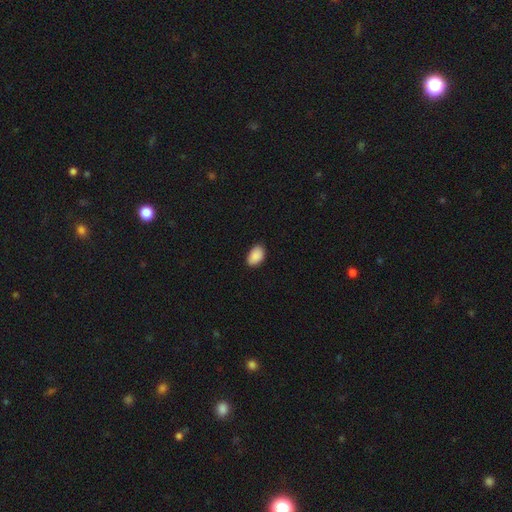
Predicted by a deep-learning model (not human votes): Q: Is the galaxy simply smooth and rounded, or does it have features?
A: smooth — 91%.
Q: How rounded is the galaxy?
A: in between — 91%.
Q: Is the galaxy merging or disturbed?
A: none — 86%.